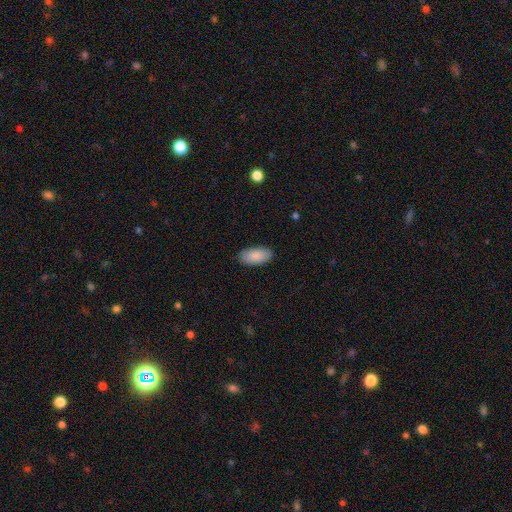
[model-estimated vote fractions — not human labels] Smooth or featured? Predicted: smooth (p=0.89). How rounded? Predicted: in between (p=0.93). Merging? Predicted: none (p=0.88).